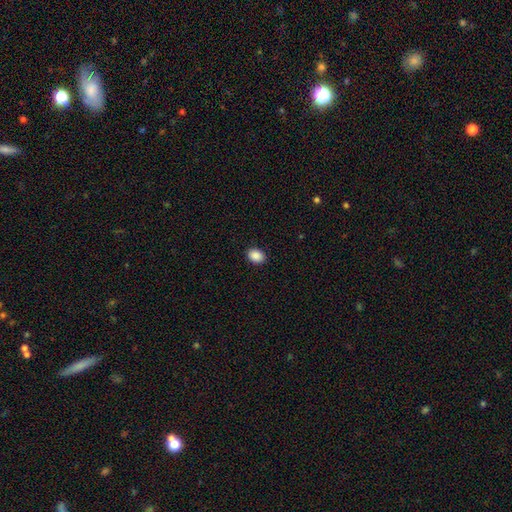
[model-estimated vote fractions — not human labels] Smooth or featured: smooth — 89% (star or artifact — 8%)
How rounded: in between — 64% (round — 35%)
Merging: none — 90% (minor disturbance — 7%)